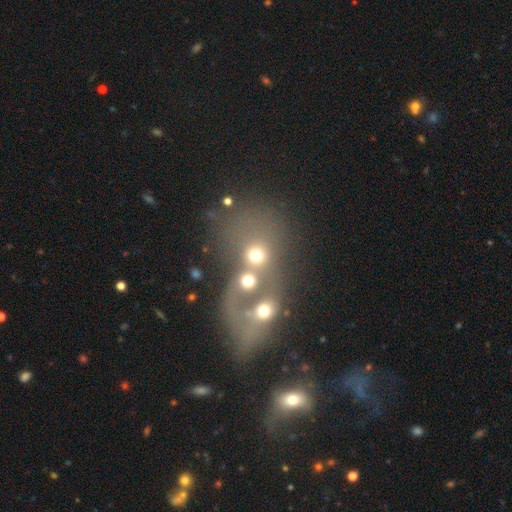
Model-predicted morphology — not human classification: smooth_or_featured: smooth (p=0.58) [alt: featured or disk p=0.25]
how_rounded: round (p=0.64) [alt: in between p=0.35]
merging: merger (p=0.71) [alt: none p=0.15]